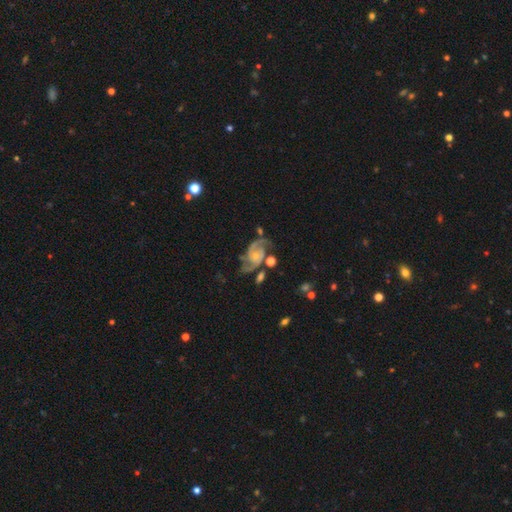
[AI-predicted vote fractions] Smooth or featured: featured or disk — 90% (star or artifact — 5%)
Edge-on disk: no — 98% (yes — 2%)
Bar: no — 67% (weak — 26%)
Spiral arms: yes — 98% (no — 2%)
Spiral winding: medium — 54% (tight — 26%)
Spiral arm count: 2 — 85% (3 — 7%)
Bulge size: small — 64% (moderate — 29%)
Merging: none — 61% (minor disturbance — 20%)